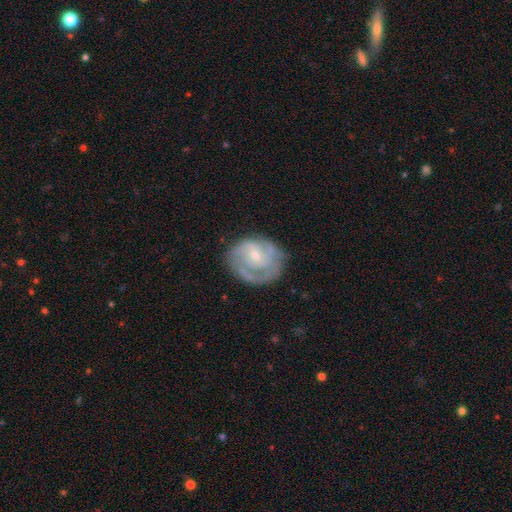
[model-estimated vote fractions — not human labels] Overall: featured or disk (77%). Edge-on disk: no (98%). Bar: no (52%; weak 40%). Spiral arms: yes (89%). Spiral arm count: 2 (42%; can't tell 26%). Spiral winding: tight (52%; medium 36%). Bulge size: small (68%; moderate 28%). Merging: none (66%).